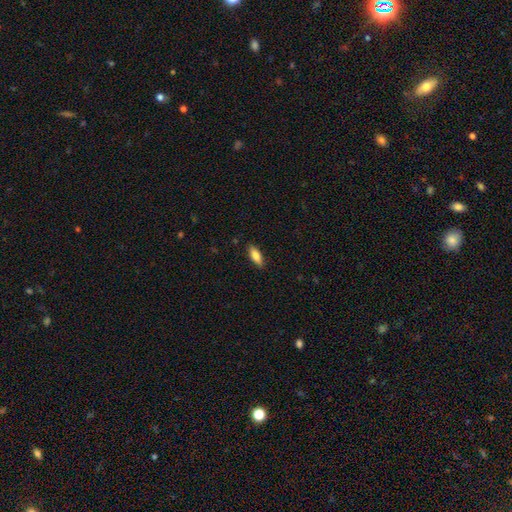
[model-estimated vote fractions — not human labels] Overall: smooth (81%). How rounded: in between (69%; cigar-shaped 29%). Merging: none (88%).